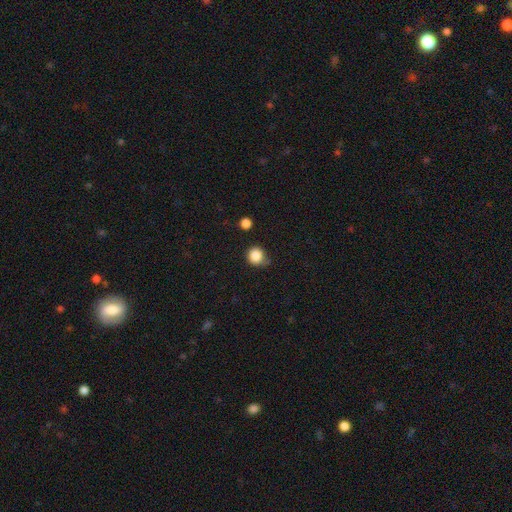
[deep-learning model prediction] Smooth or featured? Predicted: smooth (p=0.86). How rounded? Predicted: round (p=0.90). Merging? Predicted: none (p=0.70).